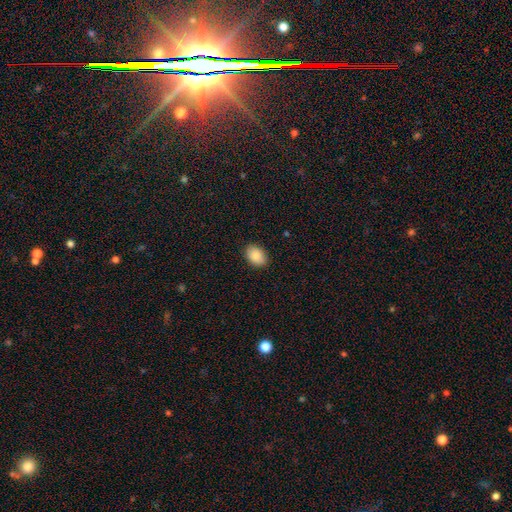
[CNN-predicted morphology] smooth-or-featured: smooth: 88% | star or artifact: 7% | featured or disk: 5%
  how-rounded: in between: 80% | round: 19% | cigar-shaped: 1%
  merging: none: 89% | minor disturbance: 8% | major disturbance: 2% | merger: 1%